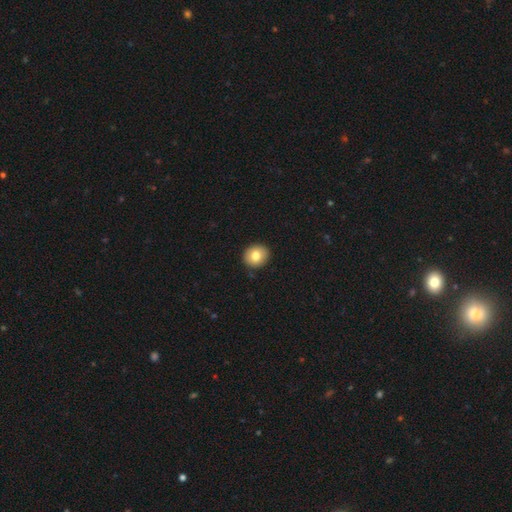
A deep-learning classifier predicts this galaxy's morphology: Overall: smooth (80%). How rounded: round (76%). Merging: none (90%).